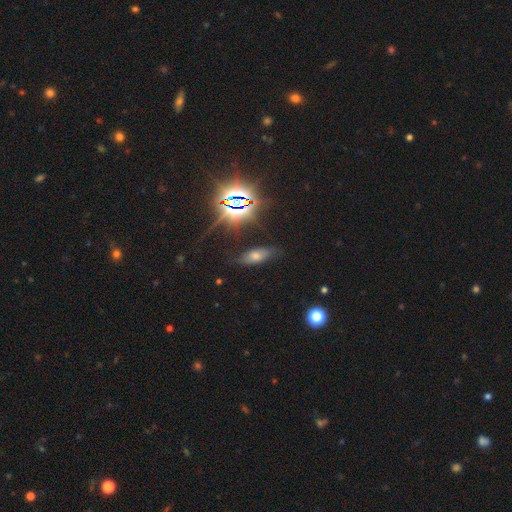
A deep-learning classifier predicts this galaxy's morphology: smooth 43%, star or artifact 37%, featured or disk 20%. Down the decision tree: merging — none (79%).